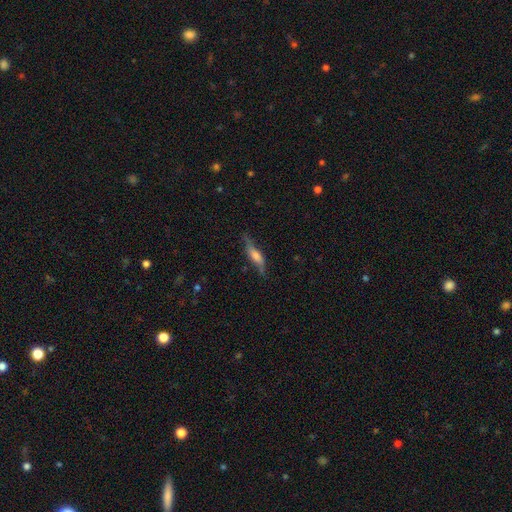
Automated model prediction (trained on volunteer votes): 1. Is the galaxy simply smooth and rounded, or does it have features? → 60% featured or disk, 33% smooth, 7% star or artifact.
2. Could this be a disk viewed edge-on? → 84% yes, 16% no.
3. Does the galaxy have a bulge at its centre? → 73% rounded, 18% boxy, 8% none.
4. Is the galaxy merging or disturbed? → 72% none, 21% minor disturbance, 6% major disturbance, 2% merger.